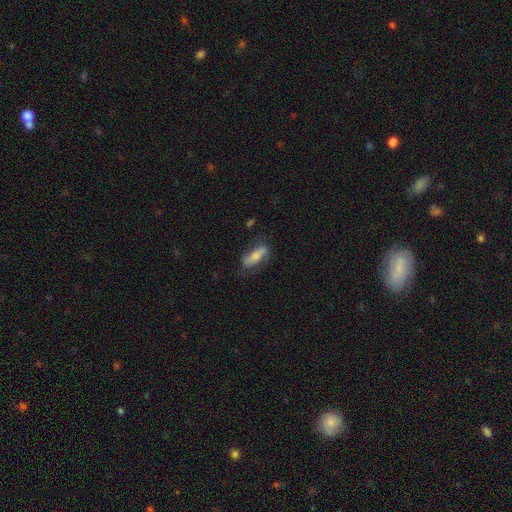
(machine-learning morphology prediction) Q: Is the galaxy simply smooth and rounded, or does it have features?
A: smooth — 59%.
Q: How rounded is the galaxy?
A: in between — 50%.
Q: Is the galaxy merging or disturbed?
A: none — 69%.